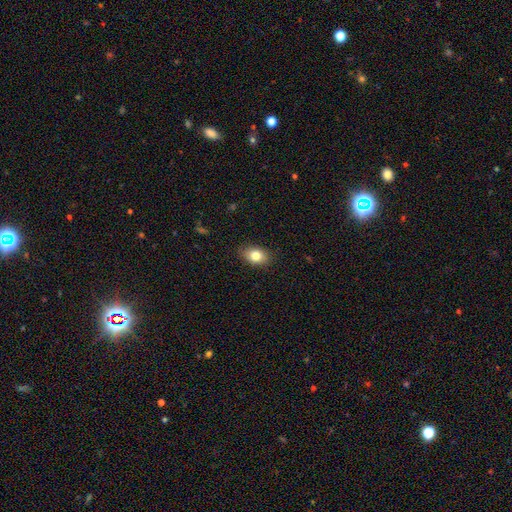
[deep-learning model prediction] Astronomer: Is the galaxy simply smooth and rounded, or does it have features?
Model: smooth — 82%.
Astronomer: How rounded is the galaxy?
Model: in between — 80%.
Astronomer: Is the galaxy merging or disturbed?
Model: none — 86%.